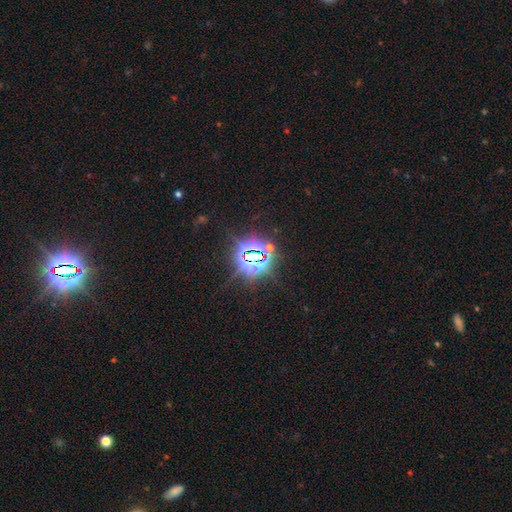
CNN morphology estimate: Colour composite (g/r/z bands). It shows a star or artifact, not a galaxy (83%).